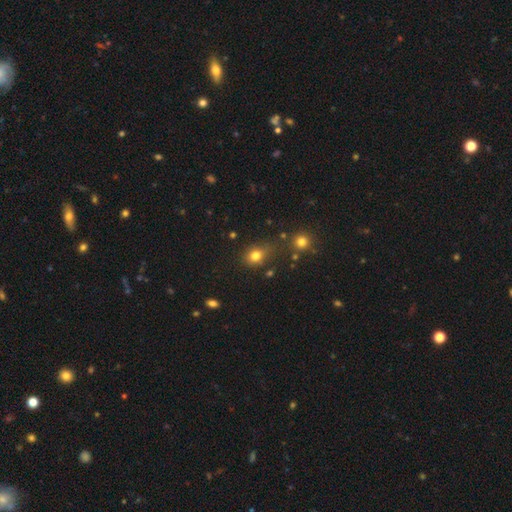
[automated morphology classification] This appears to be a smooth galaxy with no disk features (77%) that is round (53%). Merging: none (64%).